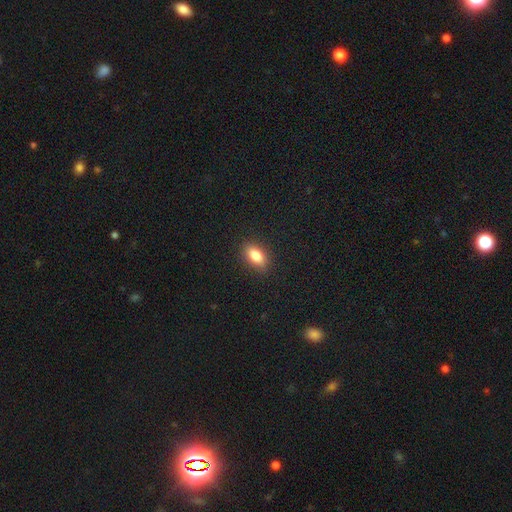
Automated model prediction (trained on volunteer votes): The model was most divided on "smooth or featured": smooth: 83%, star or artifact: 8%, featured or disk: 8%. More confident: merging — none (87%); how rounded — in between (86%).